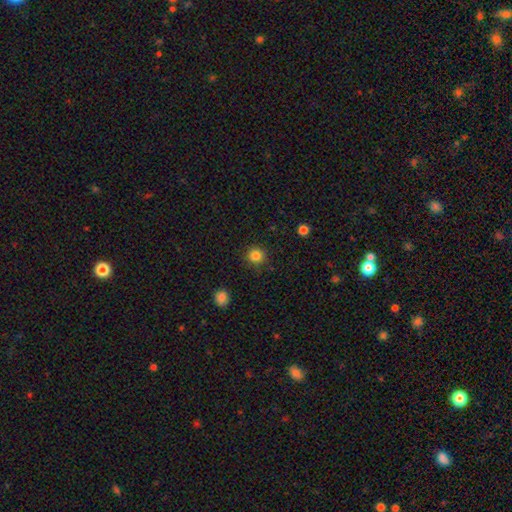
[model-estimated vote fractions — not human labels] This is clearly a smooth galaxy (85%). How rounded: clearly round (93%). Merging: clearly none (89%).